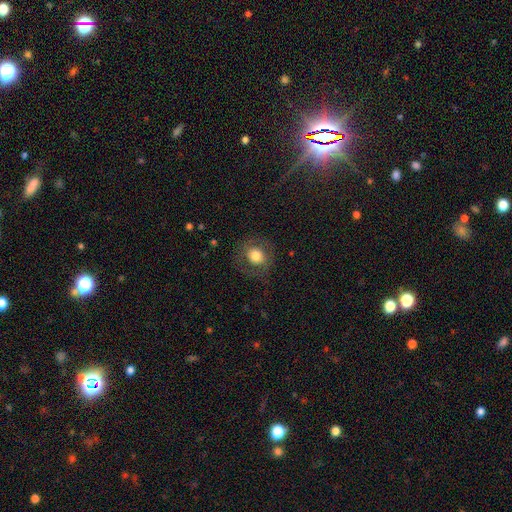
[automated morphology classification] Smooth or featured? Predicted: smooth (p=0.68). How rounded? Predicted: round (p=0.82). Merging? Predicted: none (p=0.77).